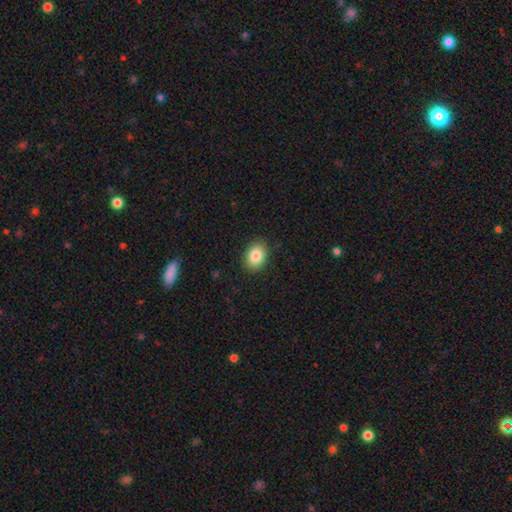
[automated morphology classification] Smooth or featured? smooth (85%)
How rounded? in between (72%)
Merging? none (88%)